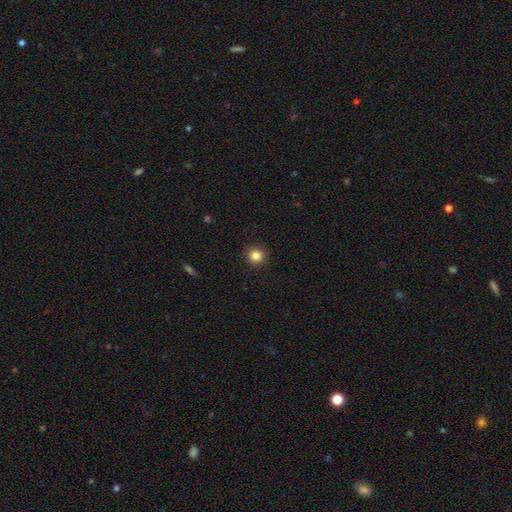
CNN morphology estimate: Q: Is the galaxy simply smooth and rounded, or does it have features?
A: smooth — 84%.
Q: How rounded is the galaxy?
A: round — 93%.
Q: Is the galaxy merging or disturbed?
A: none — 92%.